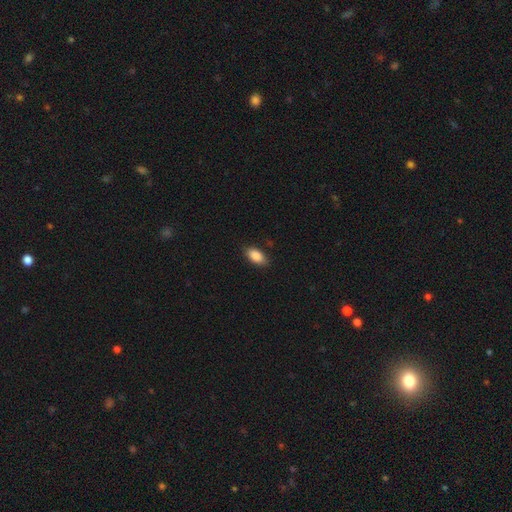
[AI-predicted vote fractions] This is clearly a smooth galaxy (89%). How rounded: clearly in between (92%). Merging: clearly none (87%).